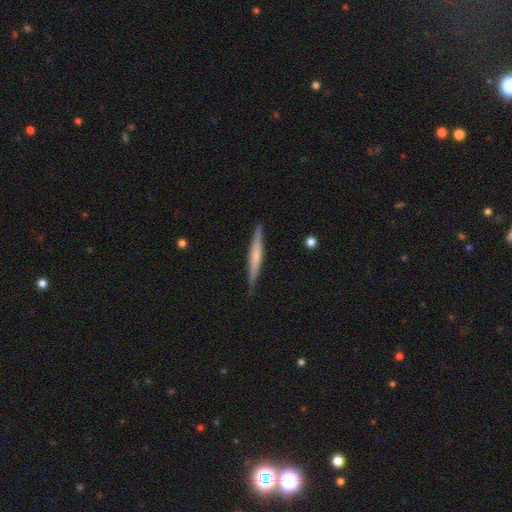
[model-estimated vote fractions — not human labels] A featured or disk galaxy (50%).

Vote fractions:
- Smooth or featured? featured or disk: 50% / smooth: 45% / star or artifact: 5%
- Merging? none: 88% / minor disturbance: 10% / major disturbance: 1% / merger: 1%